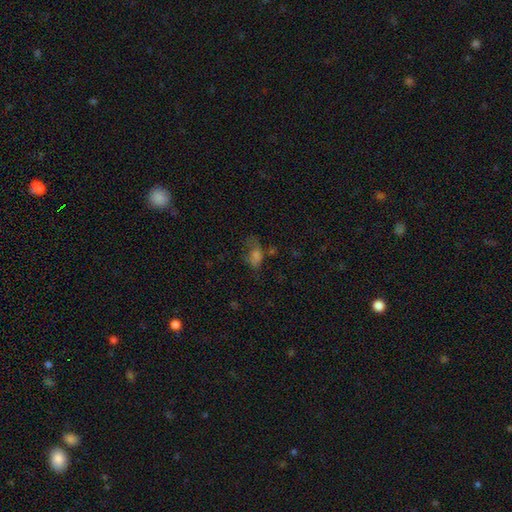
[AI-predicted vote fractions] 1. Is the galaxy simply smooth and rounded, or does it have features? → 55% smooth, 24% star or artifact, 21% featured or disk.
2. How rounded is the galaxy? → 76% in between, 19% round, 5% cigar-shaped.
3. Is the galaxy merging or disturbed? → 38% none, 32% major disturbance, 24% minor disturbance, 6% merger.